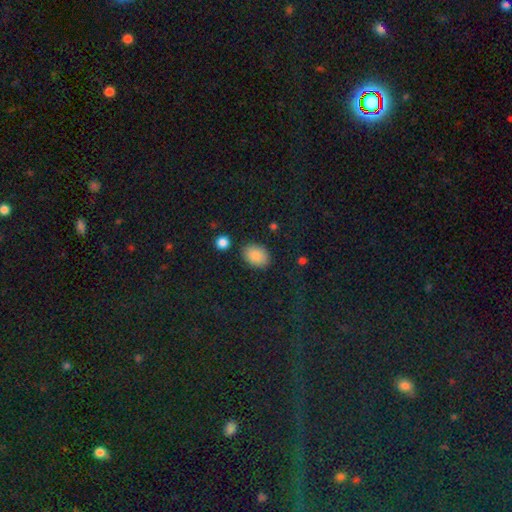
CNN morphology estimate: smooth-or-featured: smooth: 86% | star or artifact: 8% | featured or disk: 5%
  how-rounded: in between: 75% | round: 24% | cigar-shaped: 1%
  merging: none: 83% | minor disturbance: 11% | merger: 3% | major disturbance: 3%